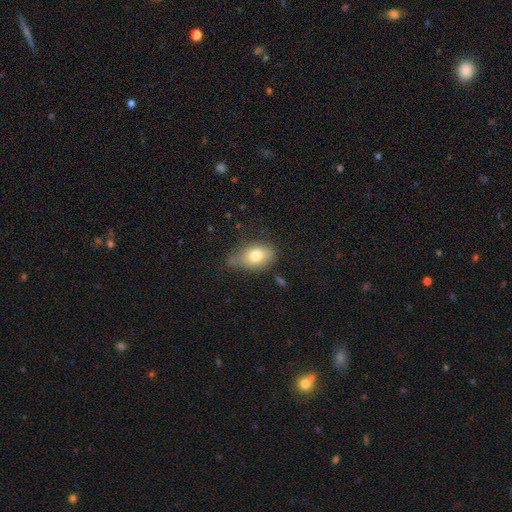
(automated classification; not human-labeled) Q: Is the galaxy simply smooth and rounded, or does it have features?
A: smooth — 76%.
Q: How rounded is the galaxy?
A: in between — 83%.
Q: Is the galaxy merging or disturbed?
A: none — 51%.